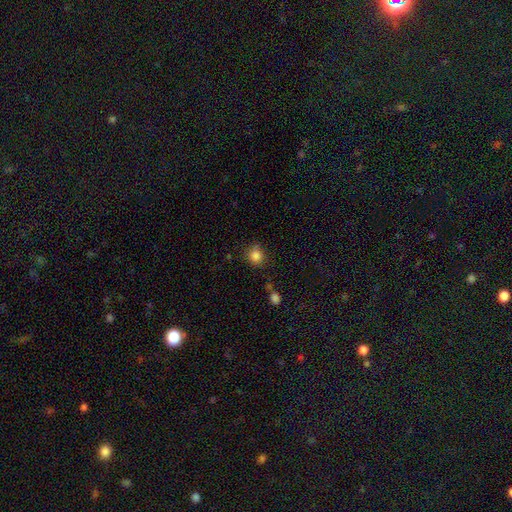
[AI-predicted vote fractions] This appears to be a smooth galaxy with no disk features (84%) that is round (82%). Merging: none (74%).